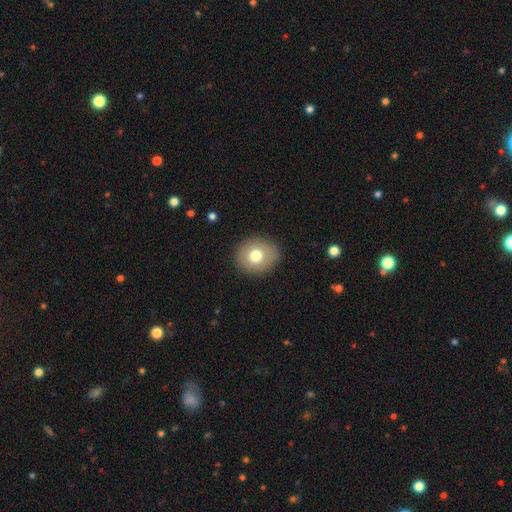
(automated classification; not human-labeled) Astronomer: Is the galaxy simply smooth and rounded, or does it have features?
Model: smooth — 73%.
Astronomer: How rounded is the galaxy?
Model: round — 73%.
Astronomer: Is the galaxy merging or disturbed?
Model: none — 88%.